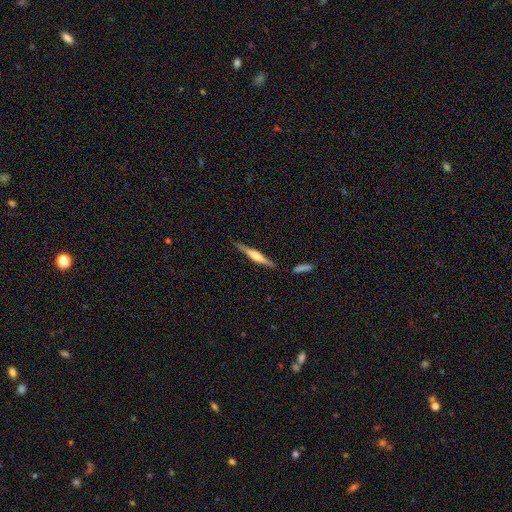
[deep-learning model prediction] smooth-or-featured: featured or disk: 65% | smooth: 29% | star or artifact: 6%
  disk-edge-on: yes: 97% | no: 3%
    edge-on-bulge: rounded: 71% | boxy: 21% | none: 8%
  merging: none: 85% | minor disturbance: 10% | merger: 3% | major disturbance: 2%